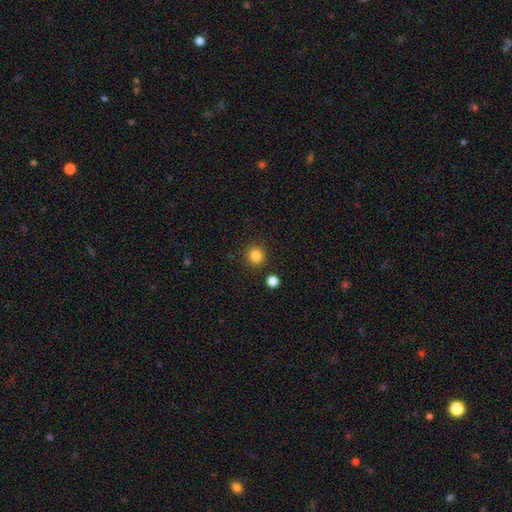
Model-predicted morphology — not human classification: smooth-or-featured: smooth: 85% | star or artifact: 11% | featured or disk: 4%
  how-rounded: round: 92% | in between: 7% | cigar-shaped: 1%
  merging: none: 89% | minor disturbance: 6% | merger: 3% | major disturbance: 2%